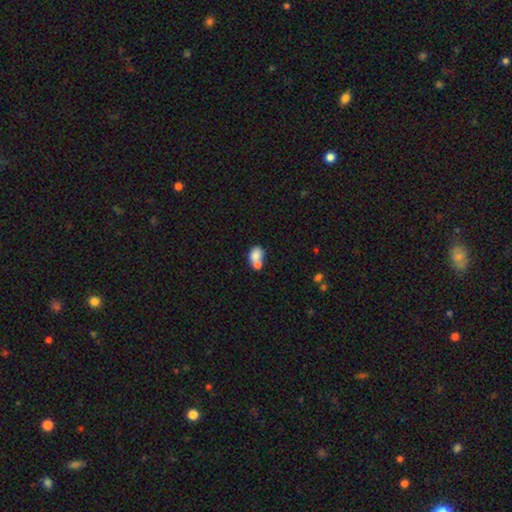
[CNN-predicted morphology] Smooth or featured?
  - smooth: 79% *
  - featured or disk: 12%
  - star or artifact: 9%
How rounded?
  - in between: 61% *
  - round: 38%
  - cigar-shaped: 1%
Merging?
  - merger: 57% *
  - none: 29%
  - minor disturbance: 10%
  - major disturbance: 5%